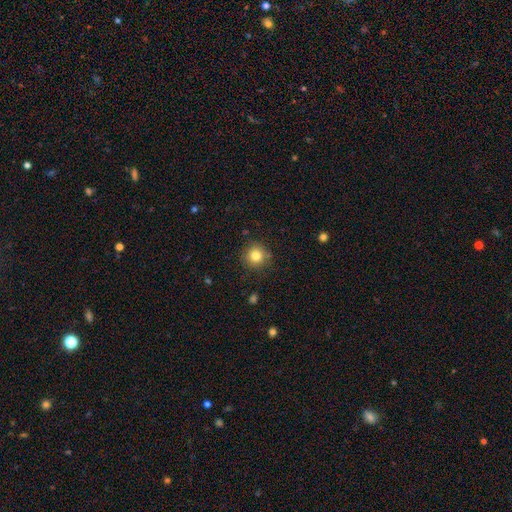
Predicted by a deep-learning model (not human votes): This is clearly a smooth galaxy (82%). How rounded: clearly round (94%). Merging: clearly none (87%).